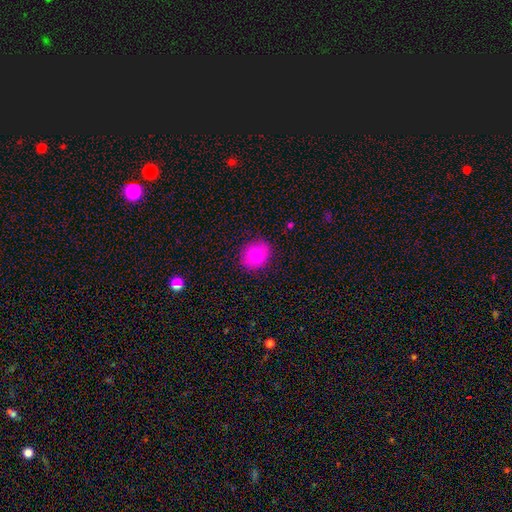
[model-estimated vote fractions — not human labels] Smooth or featured? Predicted: smooth (p=0.79). How rounded? Predicted: round (p=0.74). Merging? Predicted: none (p=0.86).